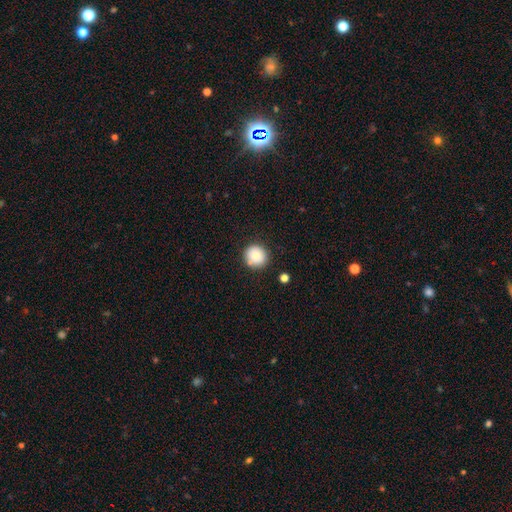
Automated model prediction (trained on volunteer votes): A smooth galaxy with no disk features (83%) that is round (92%). Merging: none (84%).